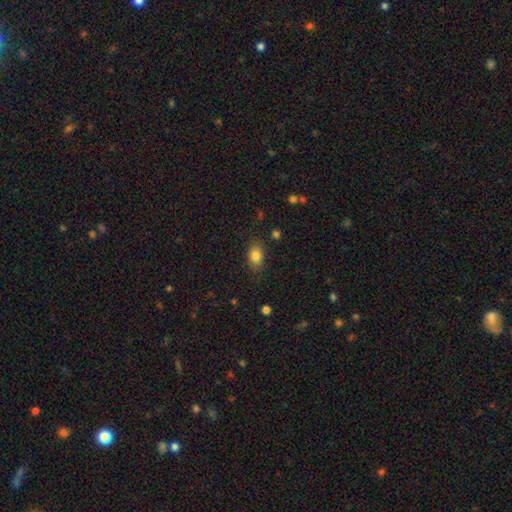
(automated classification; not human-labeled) Smooth or featured? Predicted: smooth (p=0.83). How rounded? Predicted: in between (p=0.80). Merging? Predicted: none (p=0.82).